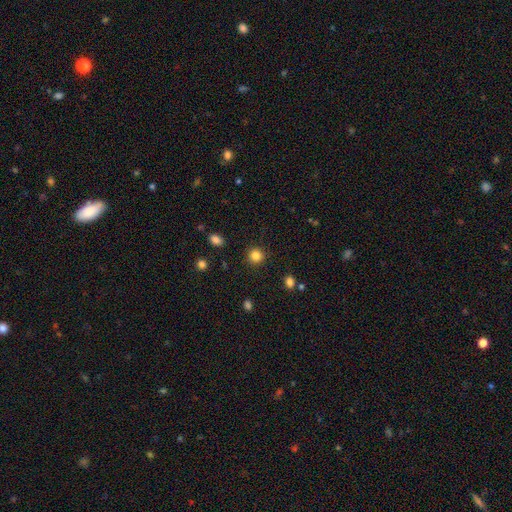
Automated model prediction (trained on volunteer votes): Smooth or featured? Predicted: smooth (p=0.84). How rounded? Predicted: round (p=0.92). Merging? Predicted: none (p=0.91).